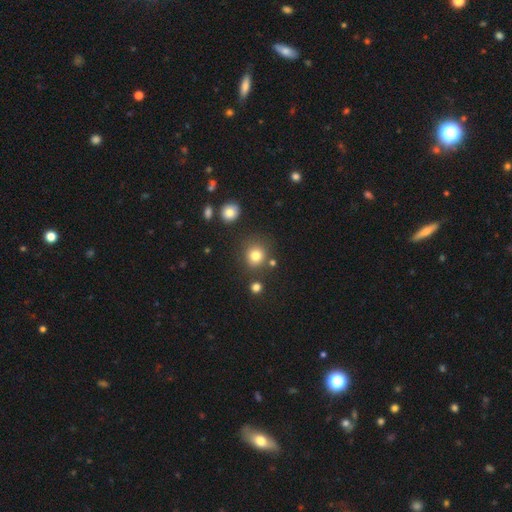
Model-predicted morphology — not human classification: Smooth or featured? smooth (80%)
How rounded? round (86%)
Merging? none (79%)